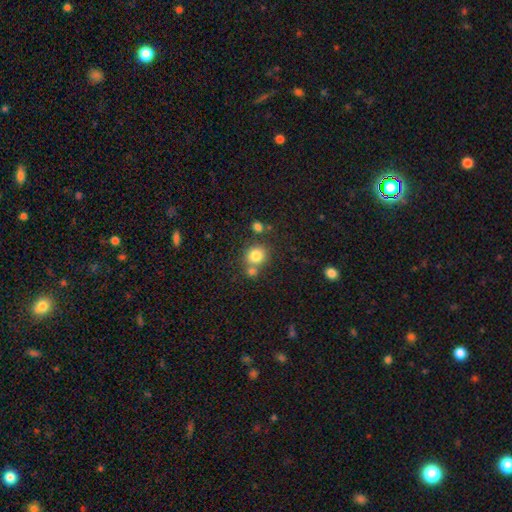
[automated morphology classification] Smooth or featured: smooth — 81% (star or artifact — 11%)
How rounded: round — 82% (in between — 17%)
Merging: none — 60% (merger — 26%)